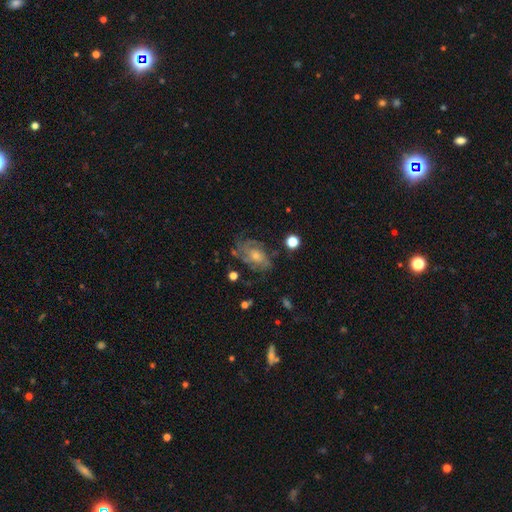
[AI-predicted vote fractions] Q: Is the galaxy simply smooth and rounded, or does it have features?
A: featured or disk — 70%.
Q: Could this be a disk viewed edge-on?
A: no — 96%.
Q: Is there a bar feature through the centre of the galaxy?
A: no — 74%.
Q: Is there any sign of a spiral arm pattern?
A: yes — 85%.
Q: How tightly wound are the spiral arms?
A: tight — 53%.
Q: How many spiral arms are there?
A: can't tell — 46%.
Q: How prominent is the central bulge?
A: small — 47%.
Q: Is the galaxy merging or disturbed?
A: none — 67%.